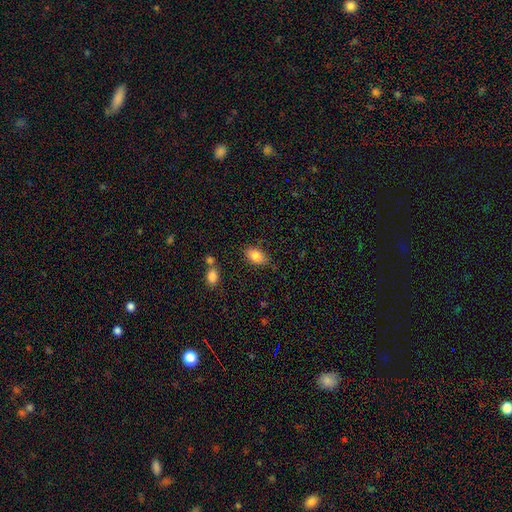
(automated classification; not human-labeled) A smooth galaxy with no disk features (82%) that is in between round and cigar-shaped (90%). Merging: none (77%).